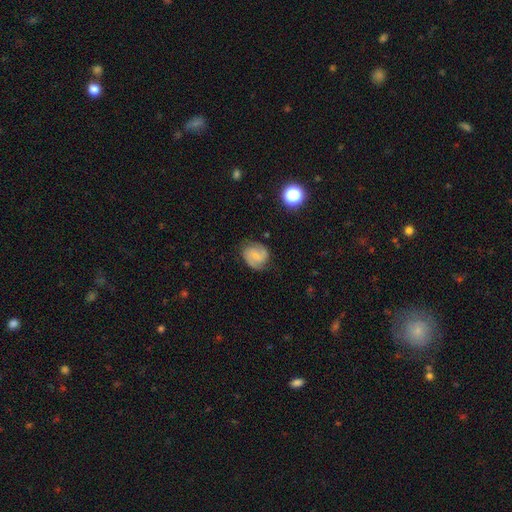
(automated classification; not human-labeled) Smooth or featured? Predicted: featured or disk (p=0.69). Edge-on disk? Predicted: no (p=0.98). Bar? Predicted: no (p=0.46). Spiral arms? Predicted: yes (p=0.95). Spiral winding? Predicted: medium (p=0.49). Spiral arm count? Predicted: 2 (p=0.85). Bulge size? Predicted: small (p=0.62). Merging? Predicted: none (p=0.76).